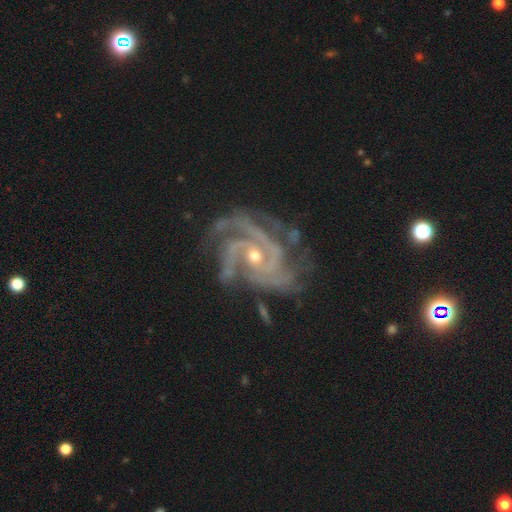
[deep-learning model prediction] A featured or disk galaxy (92%) with no bar (58%), 3 (42%) tight (58%) spiral arms (99%) and a small central bulge (55%). Merging: none (60%).